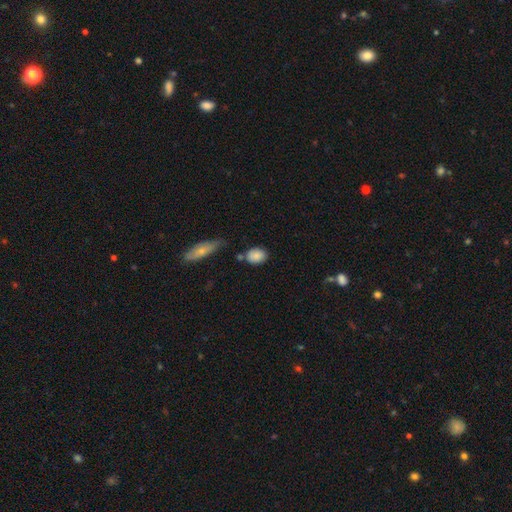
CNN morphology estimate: Smooth or featured? smooth (84%)
How rounded? in between (55%)
Merging? none (69%)